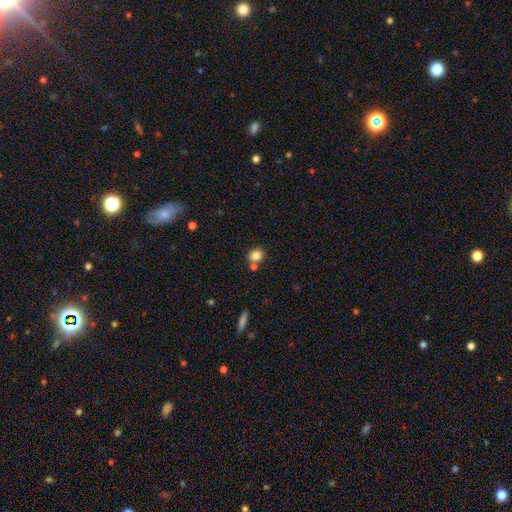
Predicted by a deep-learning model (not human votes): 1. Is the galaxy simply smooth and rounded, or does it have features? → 83% smooth, 10% star or artifact, 6% featured or disk.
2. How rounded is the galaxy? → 72% round, 27% in between, 1% cigar-shaped.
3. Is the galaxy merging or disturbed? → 65% none, 22% merger, 10% minor disturbance, 3% major disturbance.